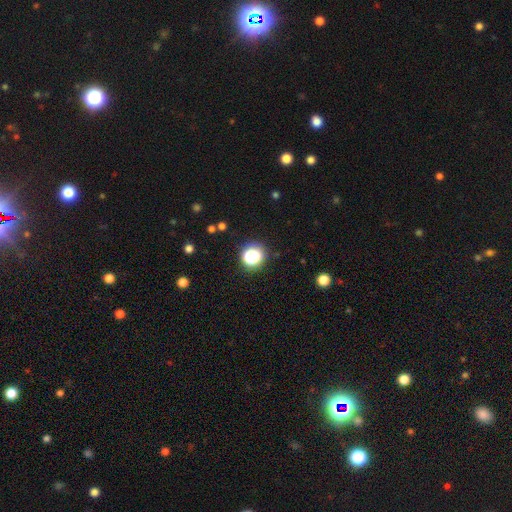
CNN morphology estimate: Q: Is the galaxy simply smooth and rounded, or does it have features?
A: smooth — 57%.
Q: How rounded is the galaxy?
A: round — 84%.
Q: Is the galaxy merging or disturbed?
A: none — 76%.